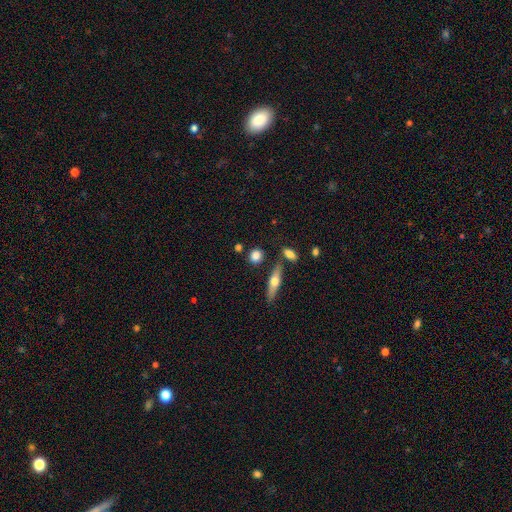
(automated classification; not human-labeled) Morphology: type=smooth (78%); roundness=round (74%); merging=none (79%).